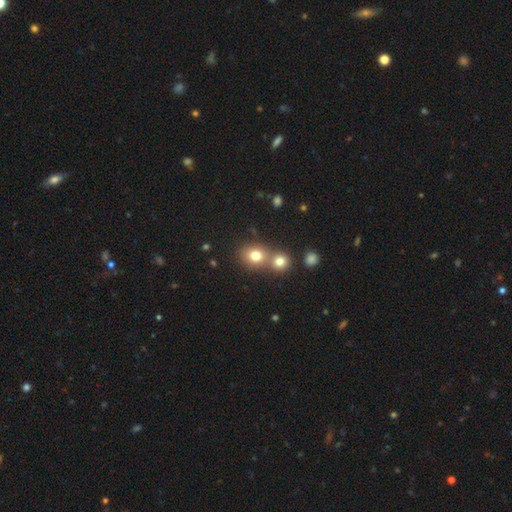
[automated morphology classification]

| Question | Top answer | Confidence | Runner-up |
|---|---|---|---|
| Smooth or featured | smooth | 77% | star or artifact (13%) |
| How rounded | round | 74% | in between (25%) |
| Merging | none | 47% | merger (44%) |